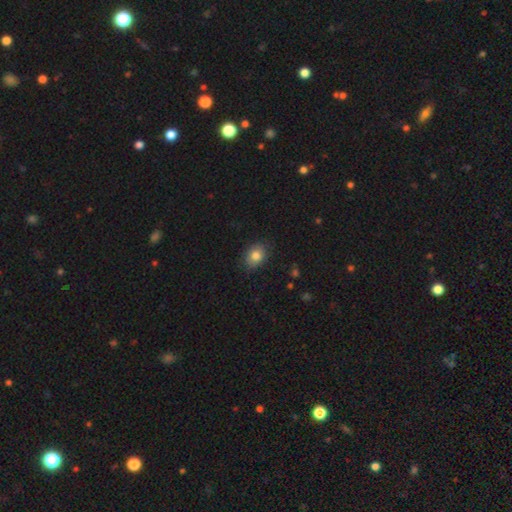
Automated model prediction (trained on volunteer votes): Overall: smooth (82%). How rounded: in between (60%; round 39%). Merging: none (82%).